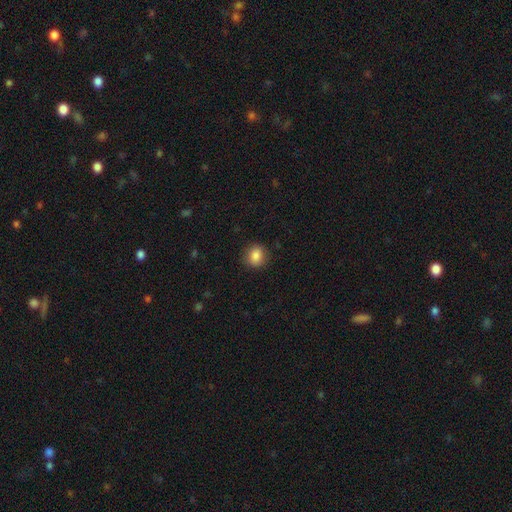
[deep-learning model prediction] Morphology: type=smooth (85%); roundness=round (70%); merging=none (85%).